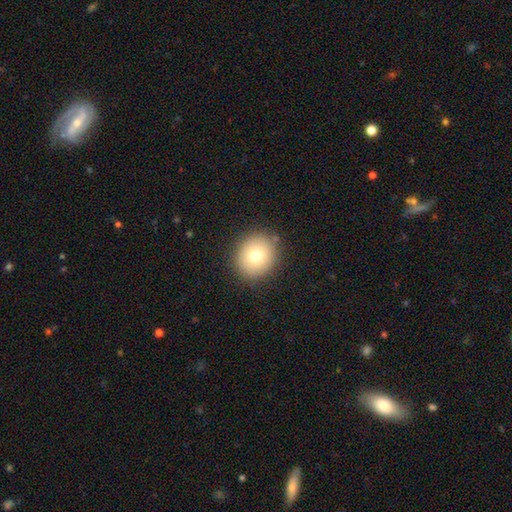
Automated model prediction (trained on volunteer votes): Smooth or featured?
  - smooth: 76% *
  - featured or disk: 13%
  - star or artifact: 11%
How rounded?
  - round: 79% *
  - in between: 20%
  - cigar-shaped: 1%
Merging?
  - none: 87% *
  - minor disturbance: 8%
  - major disturbance: 3%
  - merger: 1%